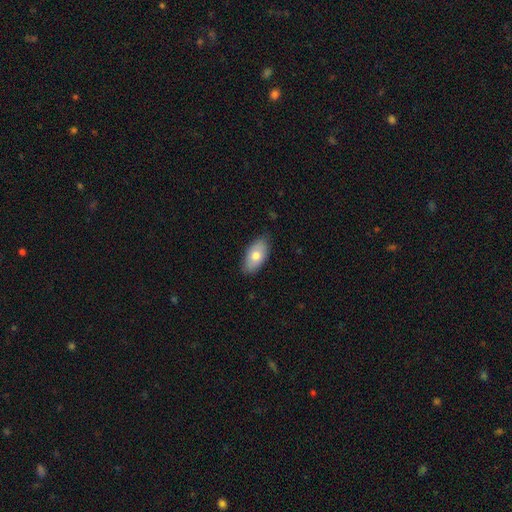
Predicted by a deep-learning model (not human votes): Smooth or featured: smooth — 74% (featured or disk — 20%)
How rounded: in between — 93% (round — 4%)
Merging: none — 83% (minor disturbance — 14%)